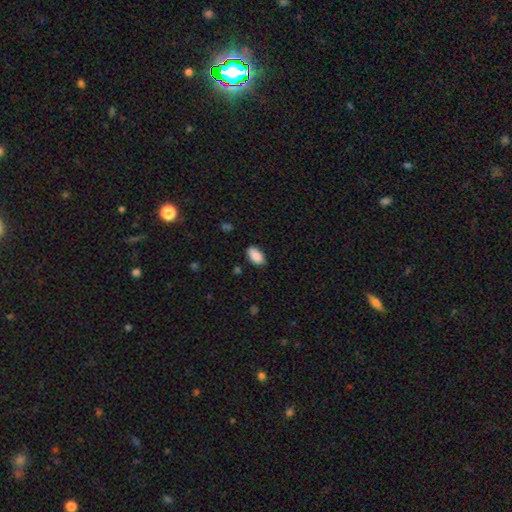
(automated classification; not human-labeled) This appears to be a smooth galaxy with no disk features (89%) that is in between round and cigar-shaped (94%). Merging: none (85%).